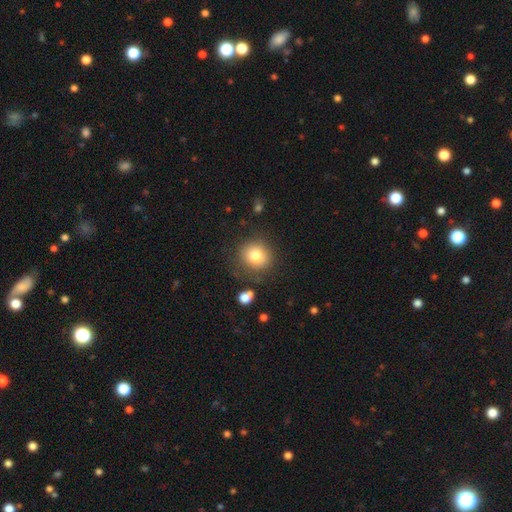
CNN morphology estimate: smooth_or_featured: smooth (p=0.80) [alt: star or artifact p=0.11]
how_rounded: round (p=0.87) [alt: in between p=0.12]
merging: none (p=0.82) [alt: minor disturbance p=0.11]